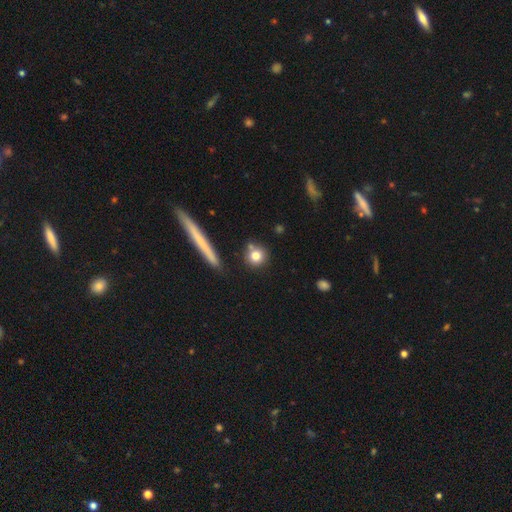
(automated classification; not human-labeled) smooth_or_featured: smooth (p=0.79) [alt: featured or disk p=0.11]
how_rounded: round (p=0.89) [alt: in between p=0.08]
merging: none (p=0.77) [alt: merger p=0.10]